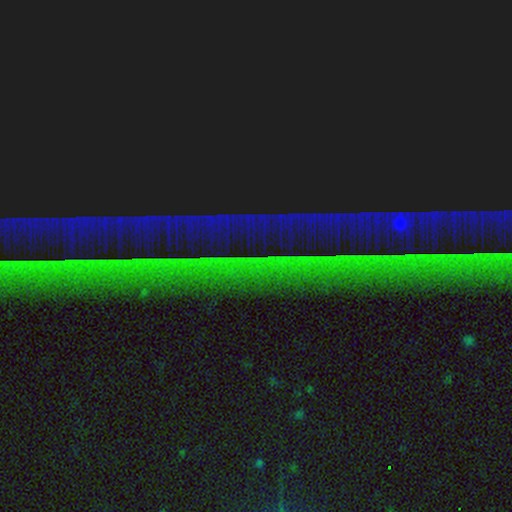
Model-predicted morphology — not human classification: Smooth or featured: star or artifact — 88% (featured or disk — 7%)